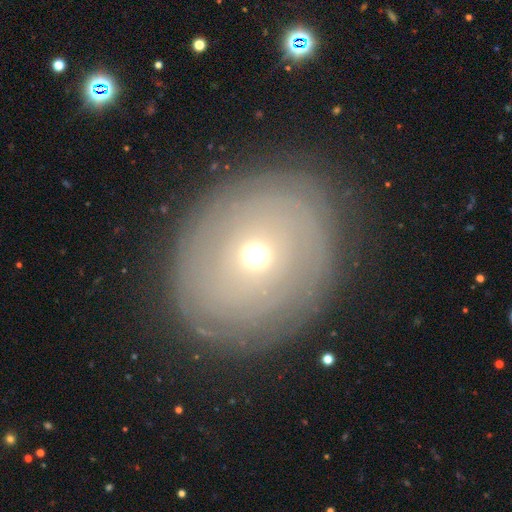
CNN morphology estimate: This is possibly a featured or disk galaxy (52%). It is clearly not viewed edge-on (94%). Merging: clearly none (83%).